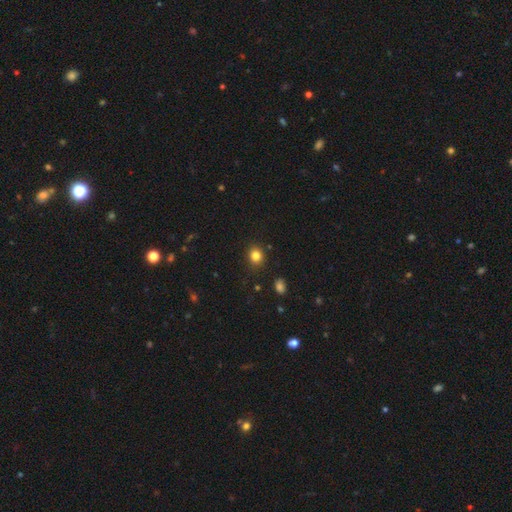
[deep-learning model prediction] Smooth or featured? smooth (83%)
How rounded? round (75%)
Merging? none (87%)